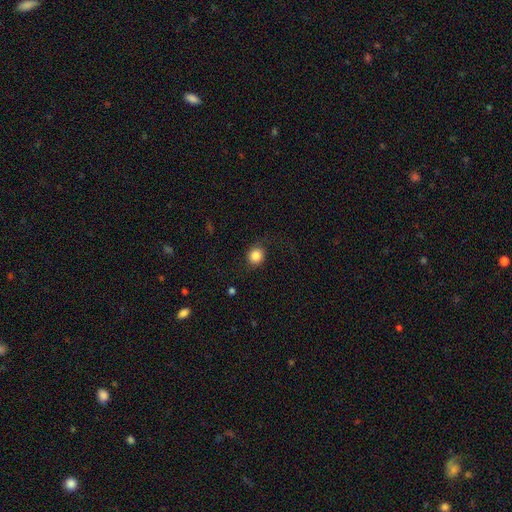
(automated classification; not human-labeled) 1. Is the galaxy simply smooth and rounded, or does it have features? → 84% smooth, 10% star or artifact, 6% featured or disk.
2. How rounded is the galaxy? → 83% round, 17% in between, 1% cigar-shaped.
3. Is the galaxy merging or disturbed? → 81% none, 13% minor disturbance, 6% major disturbance, 1% merger.